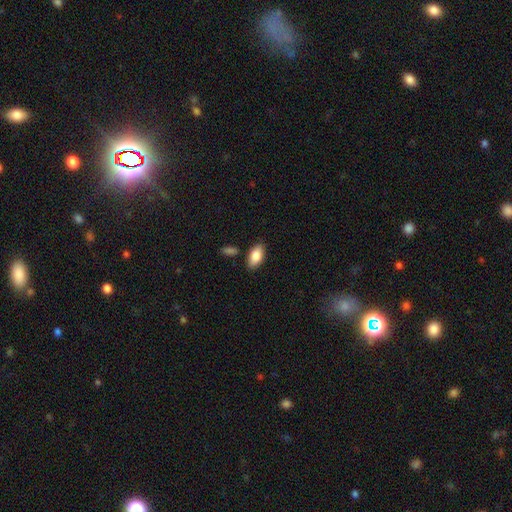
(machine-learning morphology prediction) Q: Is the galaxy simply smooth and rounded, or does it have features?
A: smooth — 85%.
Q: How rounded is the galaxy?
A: in between — 92%.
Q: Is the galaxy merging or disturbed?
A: none — 83%.